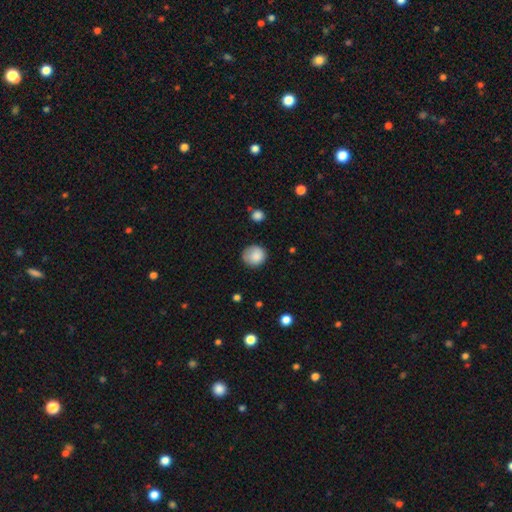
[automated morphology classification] This appears to be a smooth galaxy with no disk features (85%) that is round (88%). Merging: none (75%).